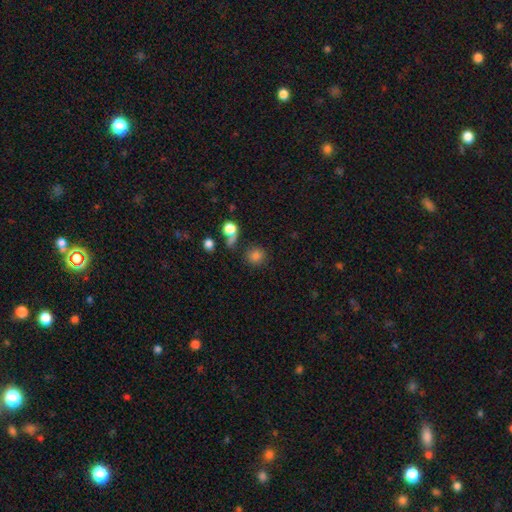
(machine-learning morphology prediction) A smooth galaxy with no disk features (81%) that is round (89%). Merging: none (75%).